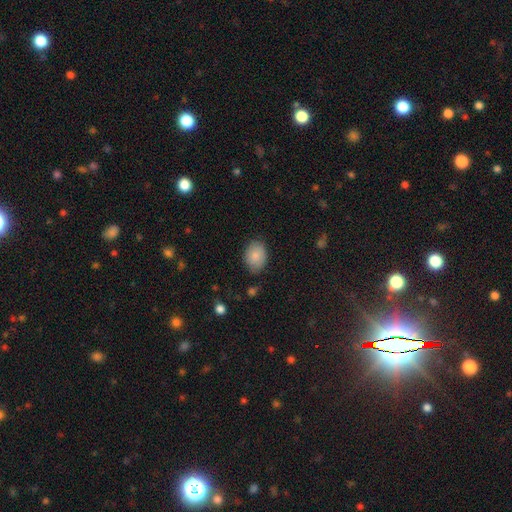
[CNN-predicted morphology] smooth_or_featured: smooth (p=0.86) [alt: star or artifact p=0.07]
how_rounded: in between (p=0.72) [alt: round p=0.27]
merging: none (p=0.78) [alt: minor disturbance p=0.17]